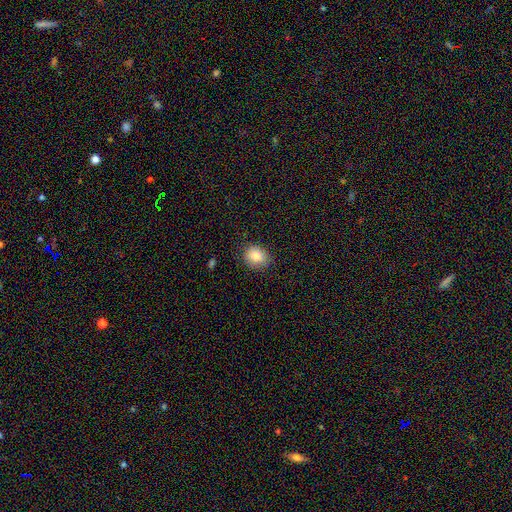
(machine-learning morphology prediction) Smooth or featured?
  - smooth: 84% *
  - star or artifact: 9%
  - featured or disk: 7%
How rounded?
  - round: 55% *
  - in between: 44%
  - cigar-shaped: 1%
Merging?
  - none: 83% *
  - minor disturbance: 13%
  - major disturbance: 3%
  - merger: 1%